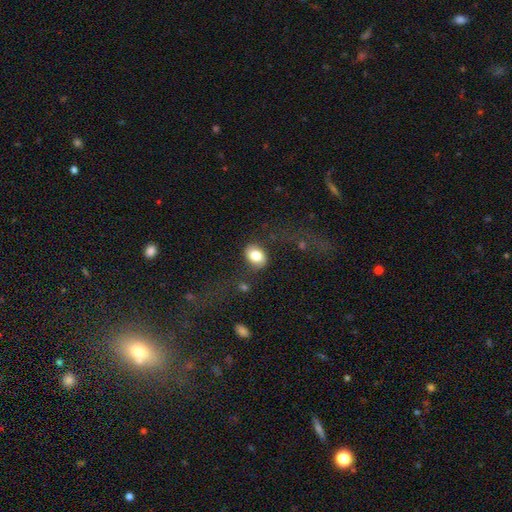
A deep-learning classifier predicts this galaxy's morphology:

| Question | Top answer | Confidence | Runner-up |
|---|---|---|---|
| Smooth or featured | smooth | 80% | featured or disk (13%) |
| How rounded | in between | 71% | round (28%) |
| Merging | none | 75% | minor disturbance (14%) |